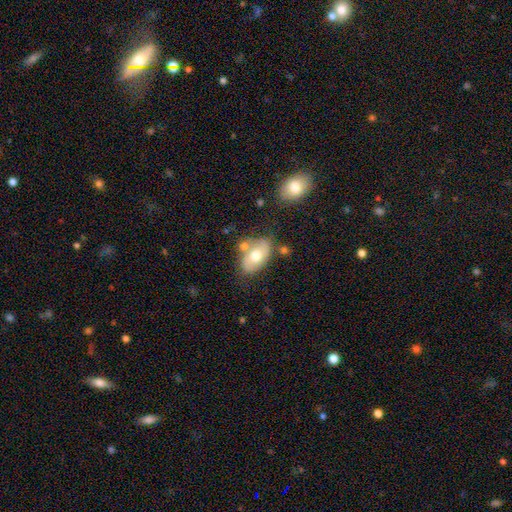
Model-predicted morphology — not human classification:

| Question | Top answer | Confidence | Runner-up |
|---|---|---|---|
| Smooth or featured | smooth | 50% | featured or disk (43%) |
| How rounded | in between | 88% | round (11%) |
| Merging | none | 57% | minor disturbance (22%) |